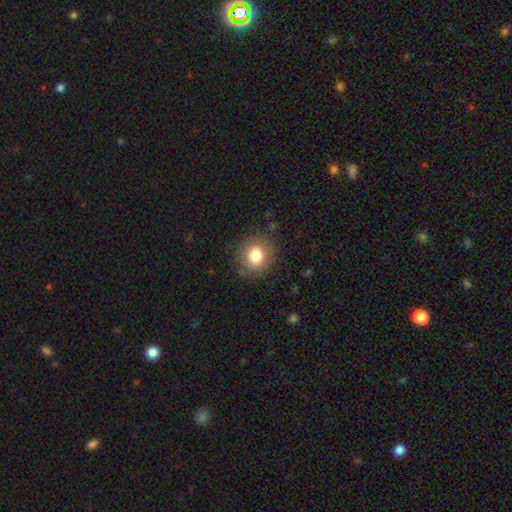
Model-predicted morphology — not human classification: Smooth or featured? smooth (81%)
How rounded? round (78%)
Merging? none (84%)